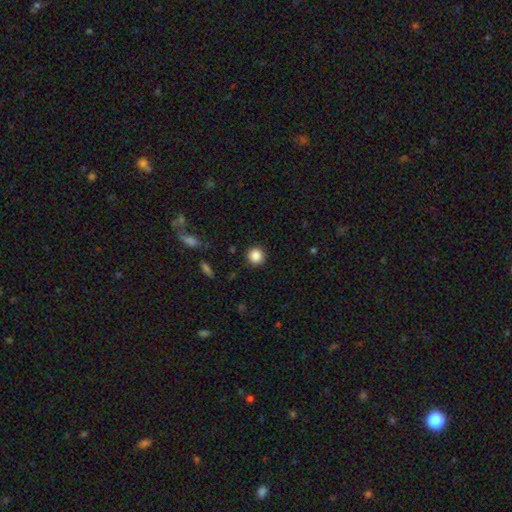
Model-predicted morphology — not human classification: type=smooth (86%); roundness=round (94%); merging=none (91%).